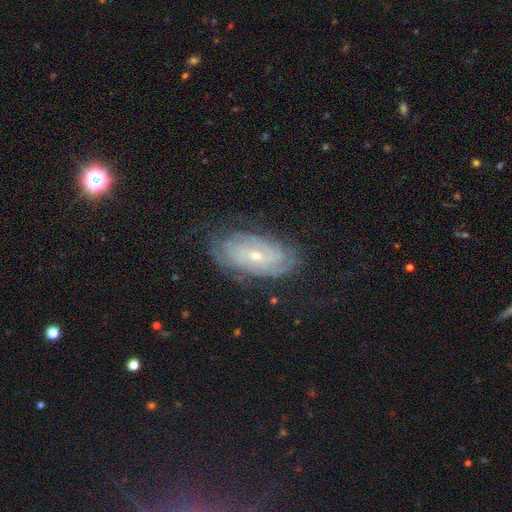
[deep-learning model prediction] Smooth or featured? Predicted: featured or disk (p=0.78). Edge-on disk? Predicted: no (p=0.93). Bar? Predicted: no (p=0.60). Spiral arms? Predicted: yes (p=0.93). Spiral winding? Predicted: tight (p=0.74). Spiral arm count? Predicted: can't tell (p=0.46). Bulge size? Predicted: small (p=0.66). Merging? Predicted: none (p=0.75).